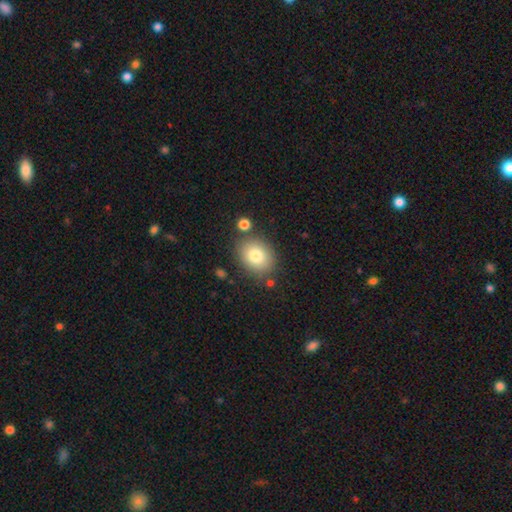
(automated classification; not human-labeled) The model was most divided on "how rounded": in between: 52%, round: 47%, cigar-shaped: 1%. More confident: smooth or featured — smooth (80%); merging — none (78%).